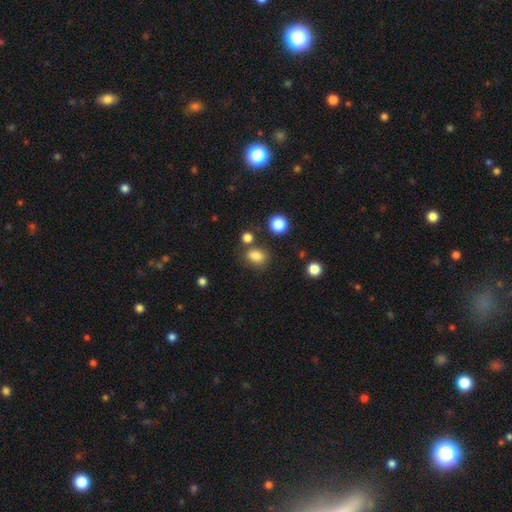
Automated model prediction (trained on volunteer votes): smooth-or-featured: smooth: 82% | star or artifact: 13% | featured or disk: 5%
  how-rounded: in between: 57% | round: 41% | cigar-shaped: 1%
  merging: none: 73% | minor disturbance: 13% | merger: 9% | major disturbance: 5%